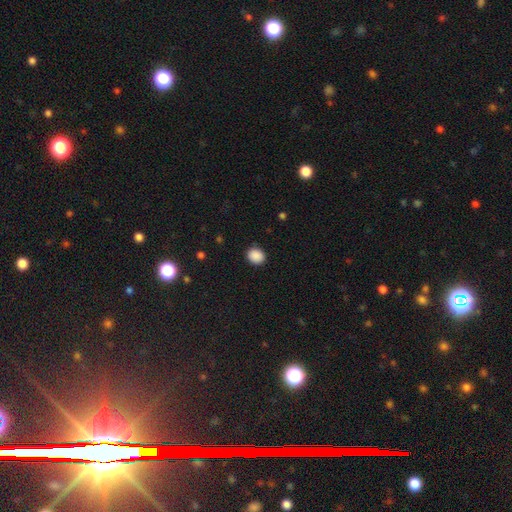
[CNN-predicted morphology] Smooth or featured: smooth — 89% (star or artifact — 9%)
How rounded: round — 62% (in between — 37%)
Merging: none — 88% (minor disturbance — 8%)